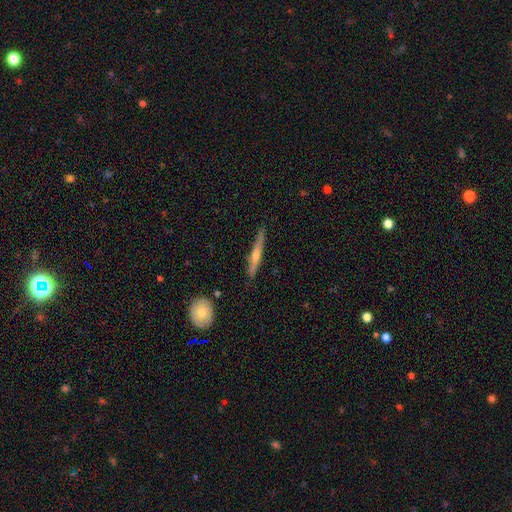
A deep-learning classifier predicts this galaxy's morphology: Smooth or featured? Predicted: featured or disk (p=0.69). Edge-on disk? Predicted: yes (p=0.97). Edge-on bulge? Predicted: rounded (p=0.83). Merging? Predicted: none (p=0.88).